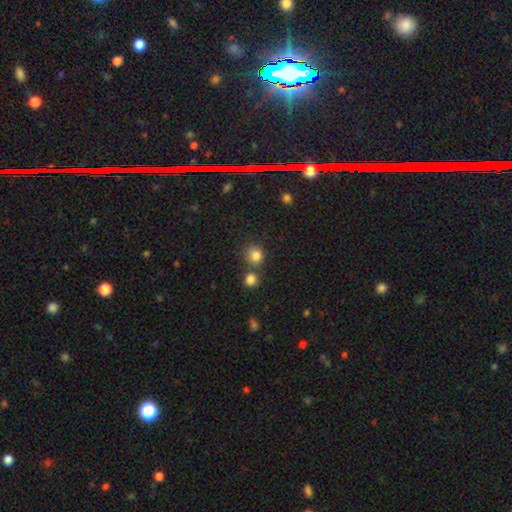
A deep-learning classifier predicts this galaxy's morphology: The model was most divided on "merging": none: 69%, merger: 19%, minor disturbance: 9%, major disturbance: 3%. More confident: how rounded — round (85%); smooth or featured — smooth (83%).